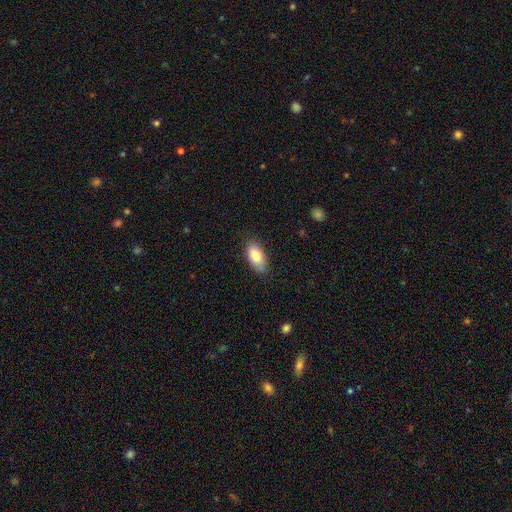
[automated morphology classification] Smooth or featured: smooth — 82% (featured or disk — 11%)
How rounded: in between — 91% (cigar-shaped — 6%)
Merging: none — 81% (minor disturbance — 15%)